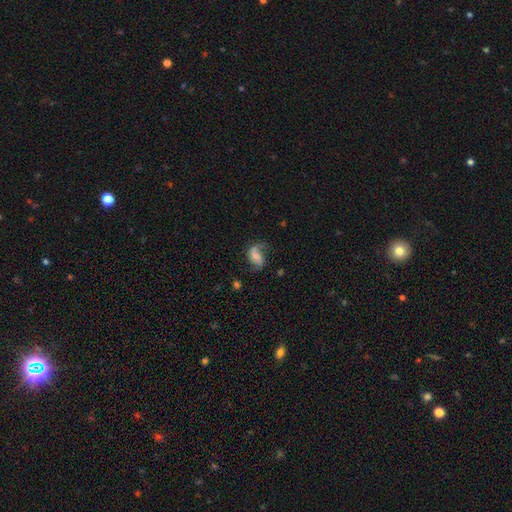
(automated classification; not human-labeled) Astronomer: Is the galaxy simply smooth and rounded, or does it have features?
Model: featured or disk — 65%.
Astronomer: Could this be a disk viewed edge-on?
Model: no — 97%.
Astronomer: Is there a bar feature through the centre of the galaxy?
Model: no — 46% (runner-up: weak, 38%).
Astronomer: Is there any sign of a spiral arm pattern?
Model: yes — 90%.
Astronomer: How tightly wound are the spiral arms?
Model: loose — 64%.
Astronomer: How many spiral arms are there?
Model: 2 — 78%.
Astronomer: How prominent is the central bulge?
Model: small — 43% (runner-up: moderate, 35%).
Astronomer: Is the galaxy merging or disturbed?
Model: none — 54%.